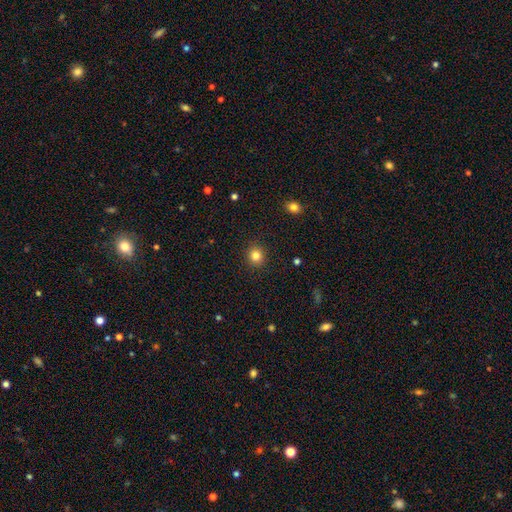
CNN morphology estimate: smooth 83%, star or artifact 12%, featured or disk 5%. Down the decision tree: how rounded — round (88%); merging — none (91%).